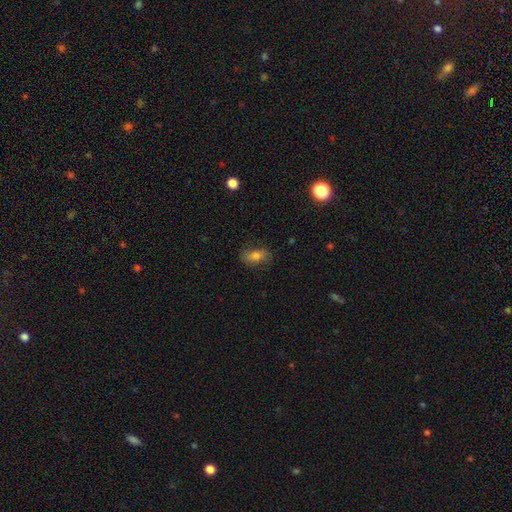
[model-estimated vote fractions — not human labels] This appears to be a smooth galaxy with no disk features (70%) that is in between round and cigar-shaped (84%). Merging: none (78%).